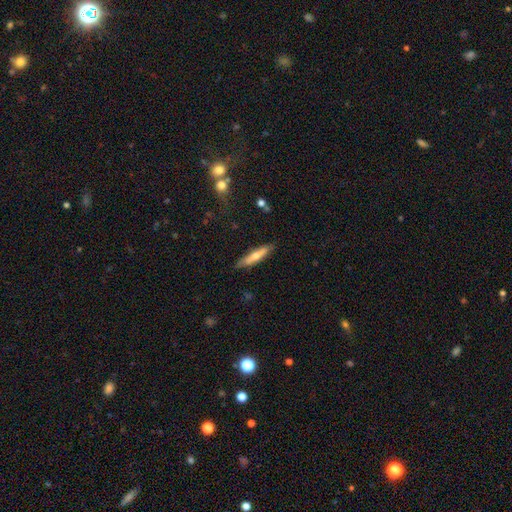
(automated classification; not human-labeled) Smooth or featured? smooth (48%)
Merging? none (84%)